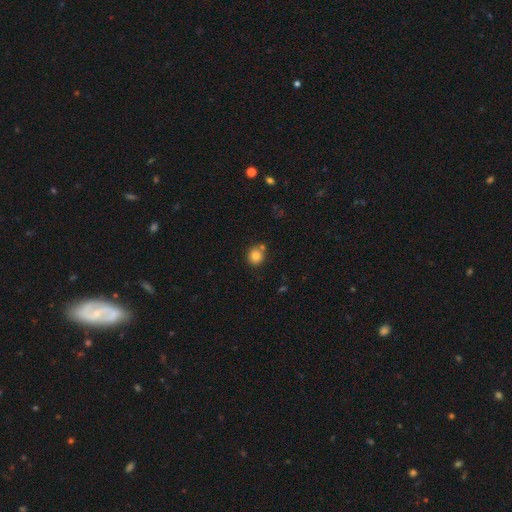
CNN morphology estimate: Overall: smooth (83%). How rounded: round (87%). Merging: none (72%).